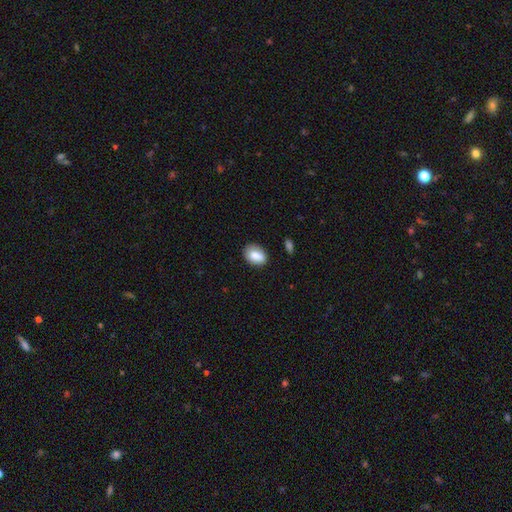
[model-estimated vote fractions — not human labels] smooth 85%, featured or disk 8%, star or artifact 7%. Down the decision tree: how rounded — in between (80%); merging — none (78%).